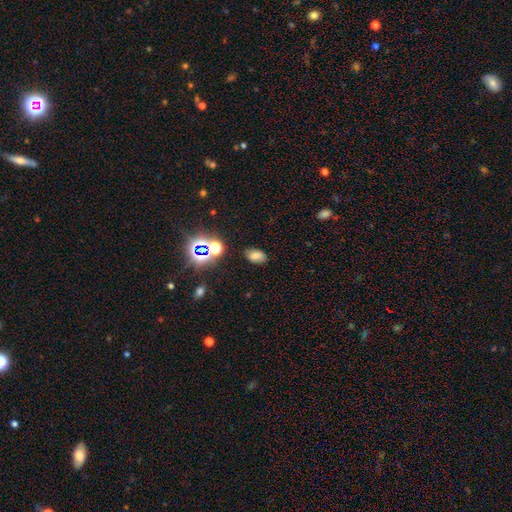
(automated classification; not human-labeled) Smooth or featured: smooth — 69% (star or artifact — 21%)
How rounded: in between — 87% (round — 11%)
Merging: none — 83% (minor disturbance — 11%)